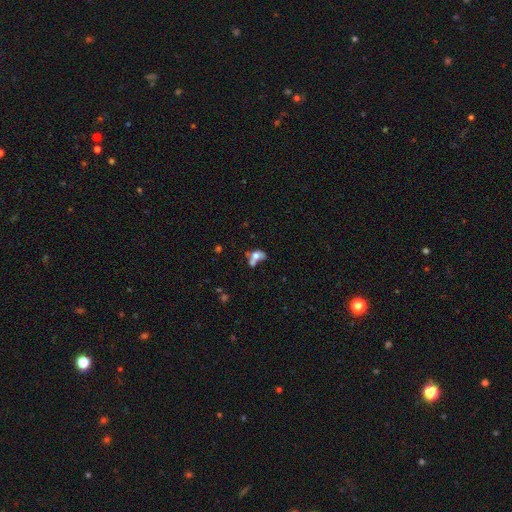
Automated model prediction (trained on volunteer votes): The model was most divided on "smooth or featured": smooth: 60%, featured or disk: 28%, star or artifact: 12%. More confident: how rounded — in between (67%); merging — merger (56%).